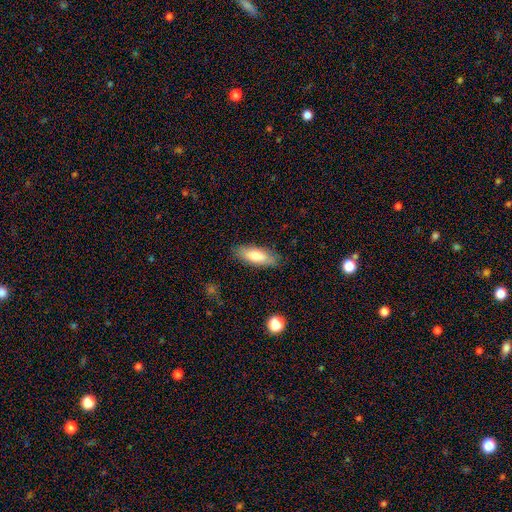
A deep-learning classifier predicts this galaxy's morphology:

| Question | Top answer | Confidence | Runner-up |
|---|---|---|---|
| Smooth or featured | smooth | 78% | featured or disk (16%) |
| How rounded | in between | 67% | cigar-shaped (31%) |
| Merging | none | 85% | minor disturbance (11%) |